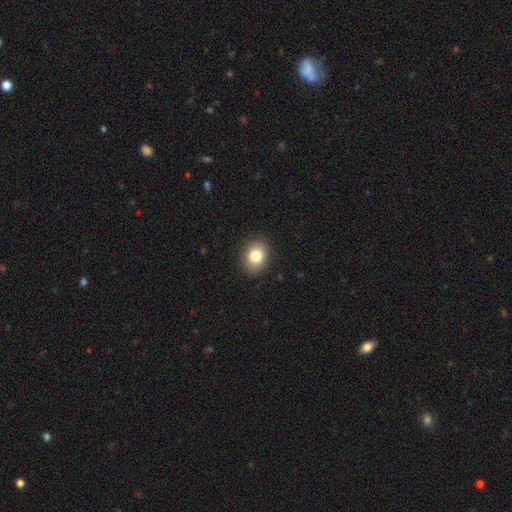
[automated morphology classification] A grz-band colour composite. It shows a smooth galaxy with no disk features (82%) that is in between round and cigar-shaped (51%). Merging: none (89%).